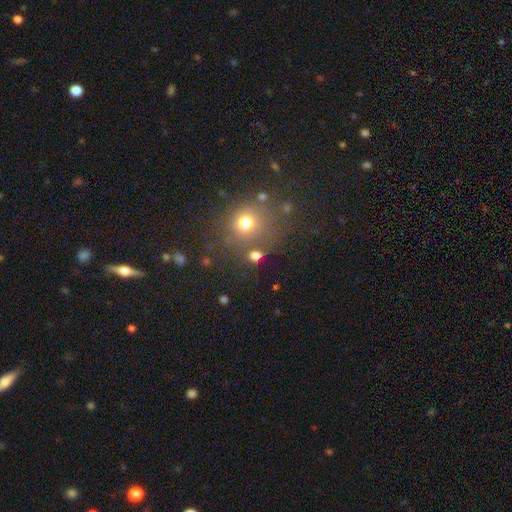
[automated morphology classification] Smooth or featured? Predicted: smooth (p=0.71). How rounded? Predicted: round (p=0.64). Merging? Predicted: none (p=0.69).